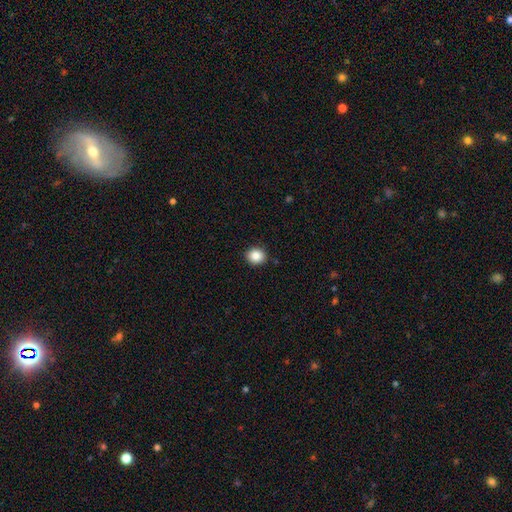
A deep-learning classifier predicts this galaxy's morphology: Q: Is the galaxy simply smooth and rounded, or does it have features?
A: smooth — 86%.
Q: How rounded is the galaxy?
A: round — 77%.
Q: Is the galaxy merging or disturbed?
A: none — 90%.